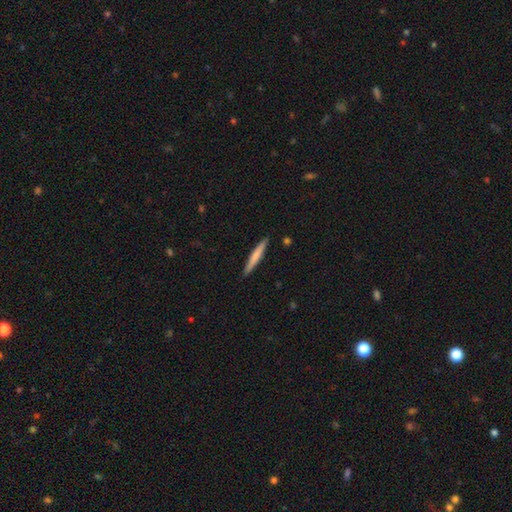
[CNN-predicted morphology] smooth_or_featured: smooth (p=0.67) [alt: featured or disk p=0.28]
how_rounded: cigar-shaped (p=0.95) [alt: in between p=0.03]
merging: none (p=0.90) [alt: minor disturbance p=0.07]